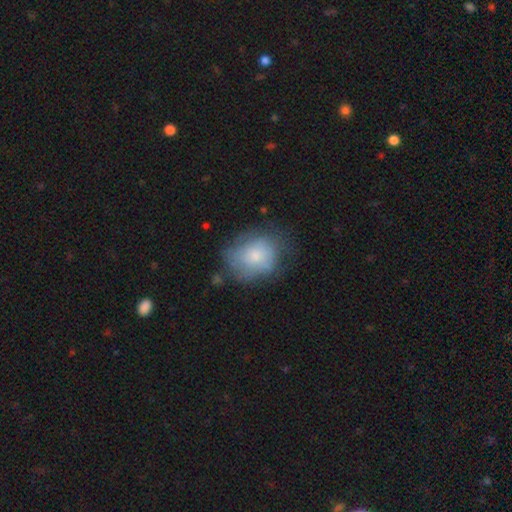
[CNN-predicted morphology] Smooth or featured: smooth — 64% (featured or disk — 28%)
How rounded: round — 51% (in between — 48%)
Merging: none — 53% (minor disturbance — 30%)